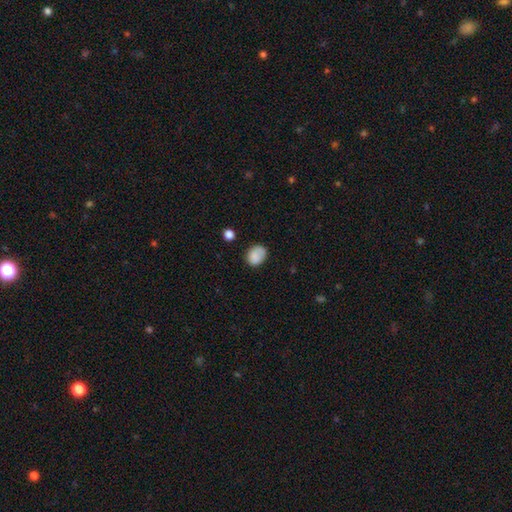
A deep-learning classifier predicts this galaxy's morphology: Smooth or featured: smooth — 83% (star or artifact — 8%)
How rounded: in between — 55% (round — 44%)
Merging: none — 68% (minor disturbance — 23%)